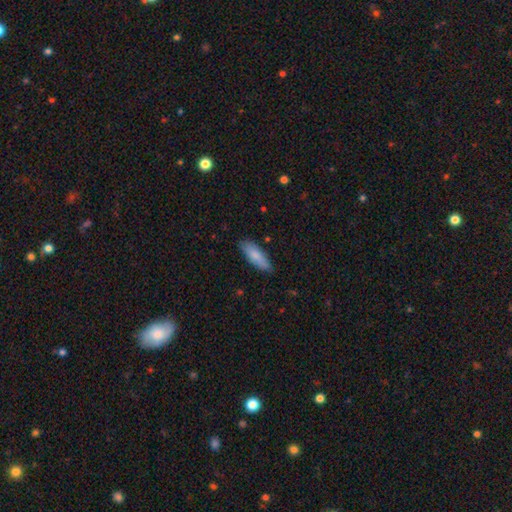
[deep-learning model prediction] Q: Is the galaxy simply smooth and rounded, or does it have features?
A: smooth — 82%.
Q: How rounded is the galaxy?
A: in between — 55%.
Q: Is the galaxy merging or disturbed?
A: none — 82%.